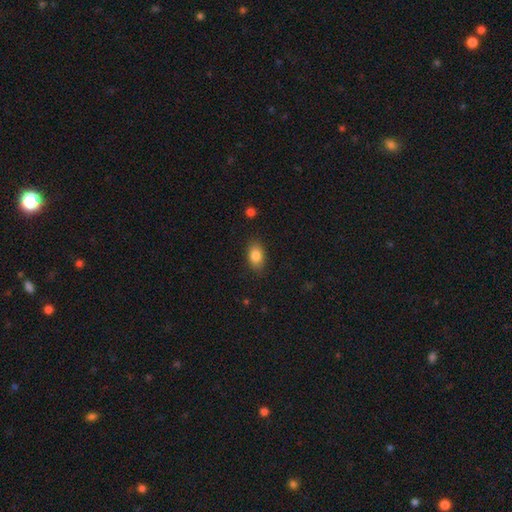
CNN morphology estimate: smooth-or-featured: smooth: 84% | star or artifact: 8% | featured or disk: 8%
  how-rounded: in between: 87% | round: 11% | cigar-shaped: 2%
  merging: none: 86% | minor disturbance: 11% | major disturbance: 3% | merger: 1%